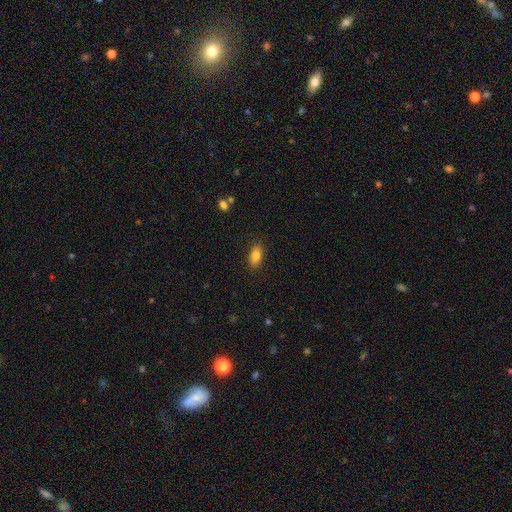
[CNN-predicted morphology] type=smooth (83%); roundness=in between (89%); merging=none (88%).